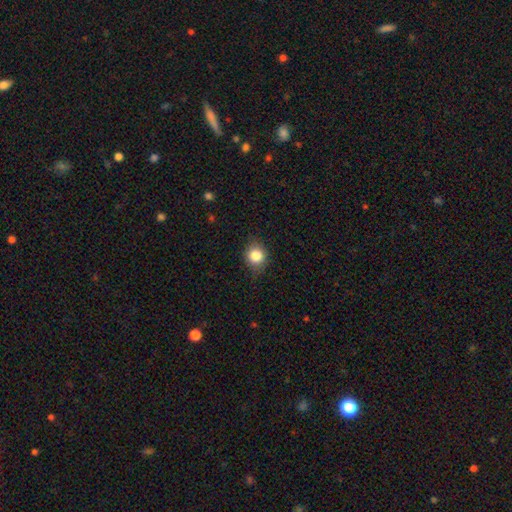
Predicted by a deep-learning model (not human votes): This appears to be a smooth galaxy with no disk features (83%) that is round (78%). Merging: none (79%).